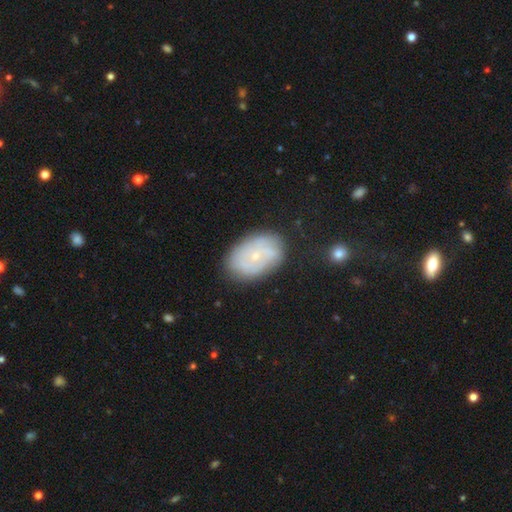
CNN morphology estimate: This appears to be a featured or disk galaxy (57%) with no bar (82%), spiral arms (71%) and a small central bulge (79%). Merging: none (74%).